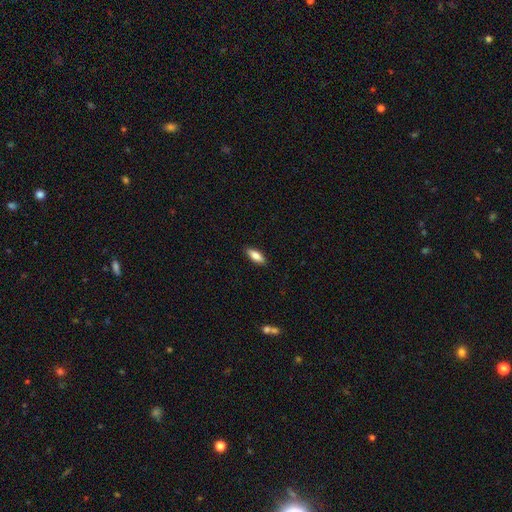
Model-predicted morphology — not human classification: This is clearly a smooth galaxy (81%). How rounded: likely in between (73%). Merging: clearly none (89%).